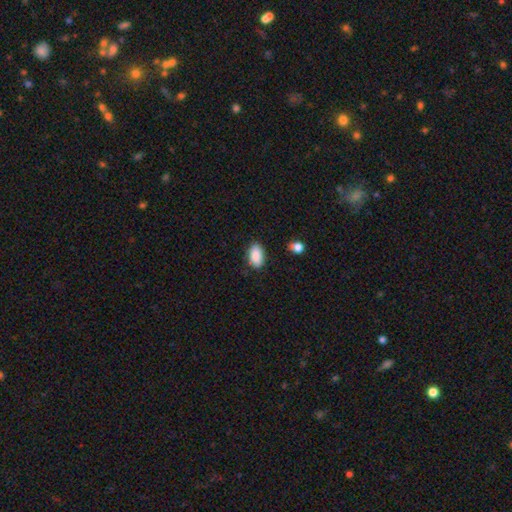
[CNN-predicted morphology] A smooth galaxy with no disk features (89%) that is in between round and cigar-shaped (92%). Merging: none (83%).